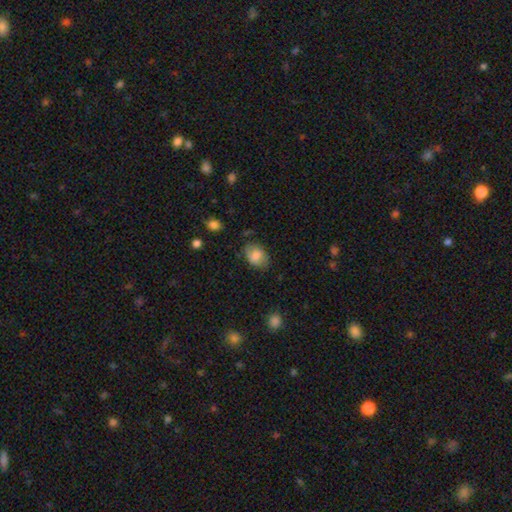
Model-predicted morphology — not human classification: Smooth or featured?
  - smooth: 80% *
  - featured or disk: 12%
  - star or artifact: 8%
How rounded?
  - in between: 77% *
  - round: 22%
  - cigar-shaped: 1%
Merging?
  - none: 74% *
  - minor disturbance: 19%
  - major disturbance: 5%
  - merger: 2%